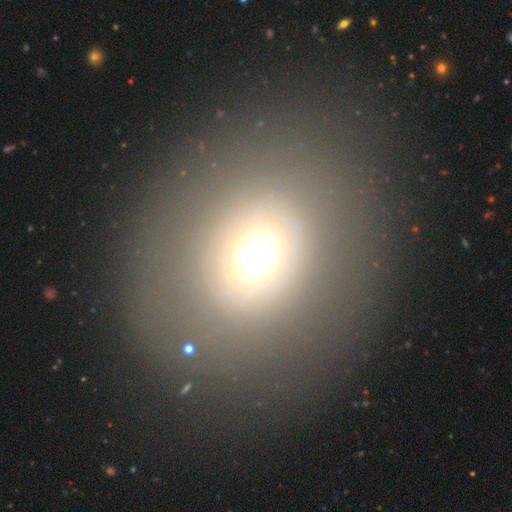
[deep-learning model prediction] Smooth or featured?
  - smooth: 61% *
  - featured or disk: 21%
  - star or artifact: 18%
How rounded?
  - round: 69% *
  - in between: 30%
  - cigar-shaped: 1%
Merging?
  - none: 81% *
  - minor disturbance: 9%
  - major disturbance: 8%
  - merger: 2%